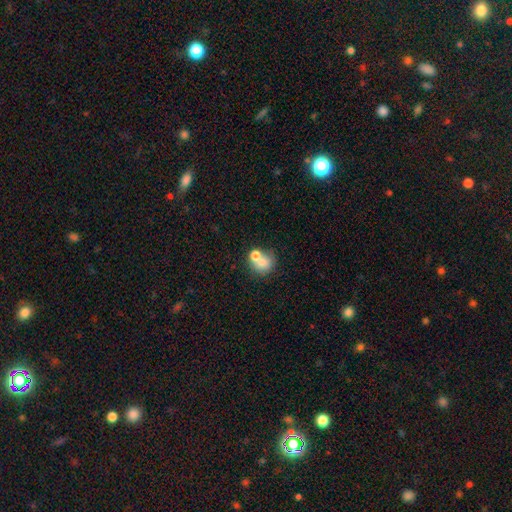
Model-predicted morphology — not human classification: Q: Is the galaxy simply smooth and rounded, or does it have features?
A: smooth — 72%.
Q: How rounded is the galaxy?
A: round — 76%.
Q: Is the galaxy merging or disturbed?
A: merger — 45%.